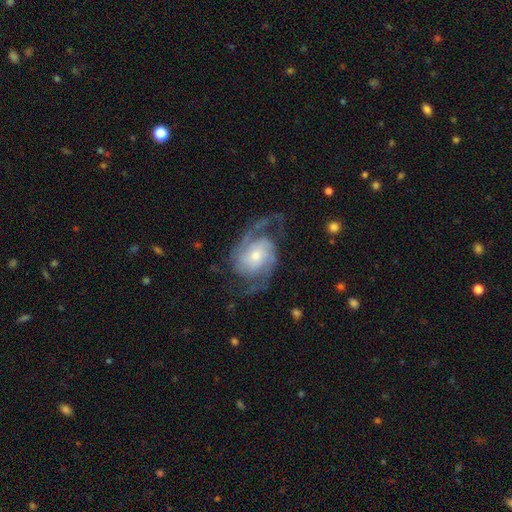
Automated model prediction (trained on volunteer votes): featured or disk 90%, smooth 6%, star or artifact 4%. Down the decision tree: edge-on disk — no (97%); bar — no (62%); spiral arms — yes (98%); spiral arm count — 2 (81%); spiral winding — medium (52%); bulge size — small (46%); merging — none (68%).